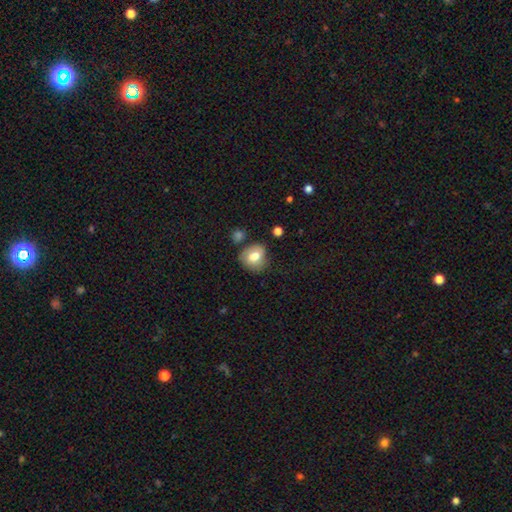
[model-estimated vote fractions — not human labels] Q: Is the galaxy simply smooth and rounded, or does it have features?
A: smooth — 71%.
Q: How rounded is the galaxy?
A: round — 56%.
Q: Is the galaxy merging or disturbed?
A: none — 57%.